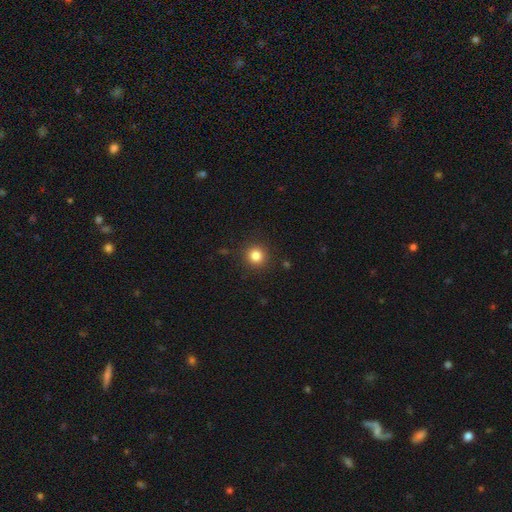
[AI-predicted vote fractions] Smooth or featured: smooth — 83% (star or artifact — 12%)
How rounded: round — 93% (in between — 6%)
Merging: none — 91% (minor disturbance — 6%)